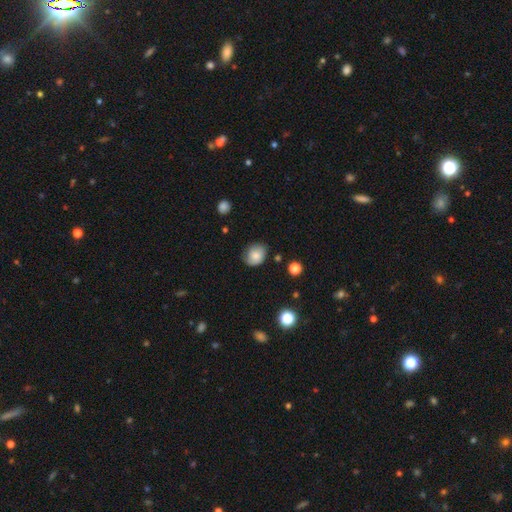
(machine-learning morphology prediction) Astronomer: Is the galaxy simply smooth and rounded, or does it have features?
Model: smooth — 79%.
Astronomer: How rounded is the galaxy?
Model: round — 55% (runner-up: in between, 44%).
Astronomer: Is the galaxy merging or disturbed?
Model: none — 69%.